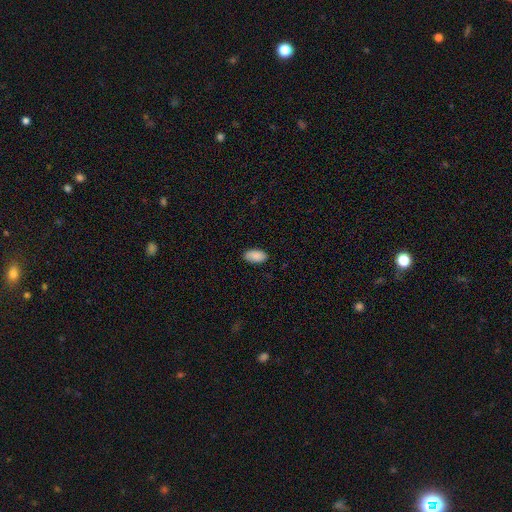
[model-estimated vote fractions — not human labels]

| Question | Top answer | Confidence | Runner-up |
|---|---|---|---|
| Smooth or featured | smooth | 90% | star or artifact (6%) |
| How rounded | in between | 95% | round (3%) |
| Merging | none | 87% | minor disturbance (10%) |